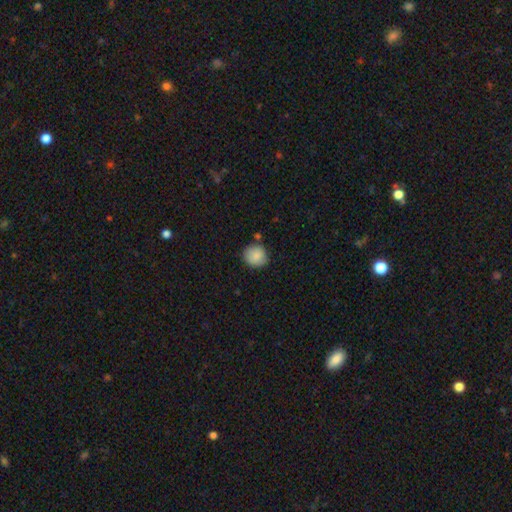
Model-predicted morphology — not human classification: Smooth or featured: smooth — 86% (star or artifact — 7%)
How rounded: round — 90% (in between — 9%)
Merging: none — 81% (minor disturbance — 12%)